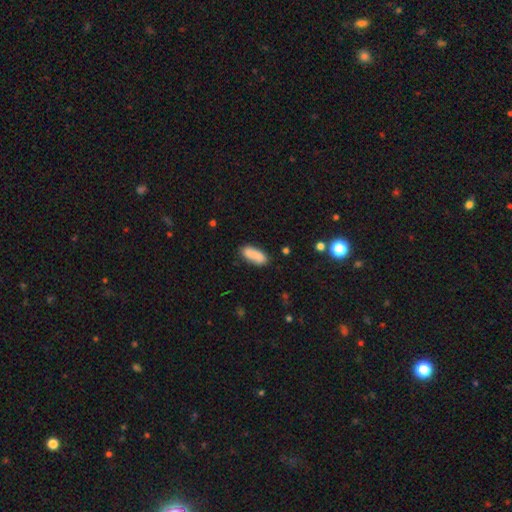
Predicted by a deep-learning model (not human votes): Q: Smooth or featured?
A: smooth (84%); runner-up: featured or disk (9%)
Q: How rounded?
A: in between (76%); runner-up: cigar-shaped (22%)
Q: Merging?
A: none (80%); runner-up: minor disturbance (14%)